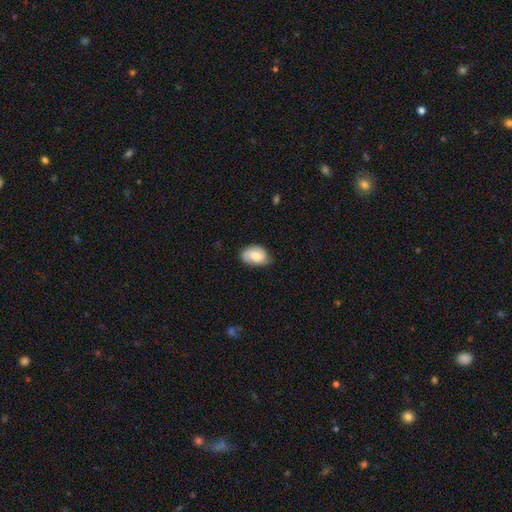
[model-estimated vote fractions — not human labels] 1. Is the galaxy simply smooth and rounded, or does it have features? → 52% smooth, 41% featured or disk, 7% star or artifact.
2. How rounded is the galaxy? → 83% in between, 16% round, 1% cigar-shaped.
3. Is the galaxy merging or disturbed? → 66% none, 26% minor disturbance, 6% major disturbance, 1% merger.